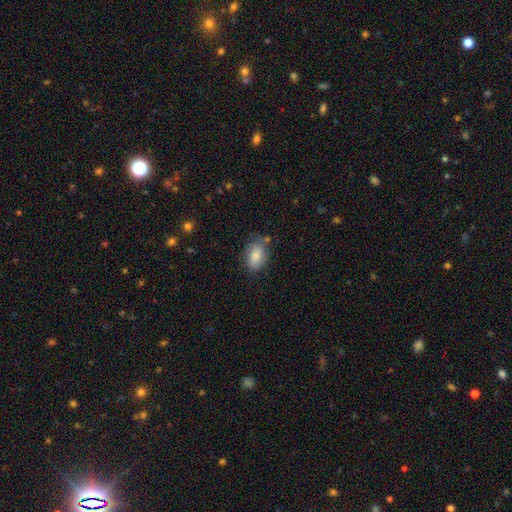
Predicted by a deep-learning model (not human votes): The model was most divided on "merging": none: 72%, minor disturbance: 20%, major disturbance: 5%, merger: 4%. More confident: how rounded — in between (87%); smooth or featured — smooth (85%).